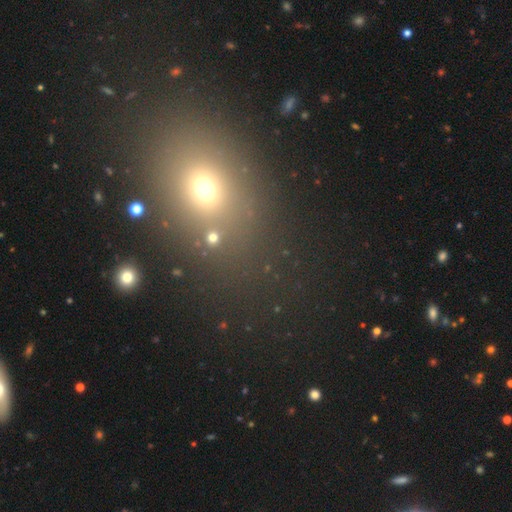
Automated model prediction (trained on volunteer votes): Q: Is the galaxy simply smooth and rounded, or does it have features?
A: smooth — 58%.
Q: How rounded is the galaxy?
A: in between — 56%.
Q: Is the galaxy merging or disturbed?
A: none — 80%.